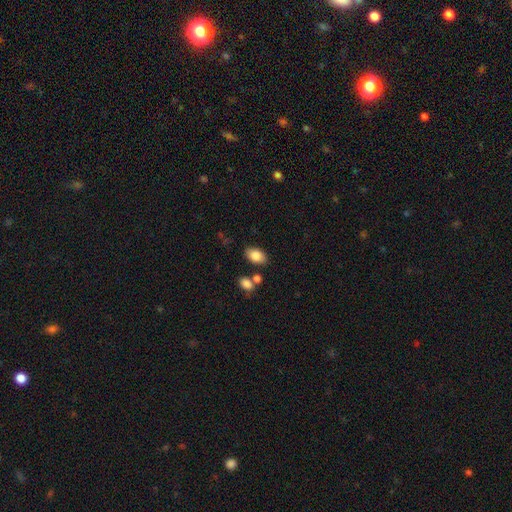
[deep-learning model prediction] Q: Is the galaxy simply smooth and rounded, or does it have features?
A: smooth — 84%.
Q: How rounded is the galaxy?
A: in between — 89%.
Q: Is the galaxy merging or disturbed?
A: none — 77%.